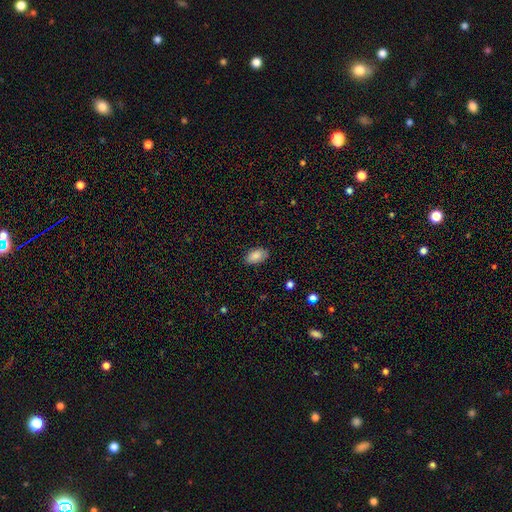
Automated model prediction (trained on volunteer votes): A smooth galaxy with no disk features (87%) that is in between round and cigar-shaped (94%). Merging: none (84%).